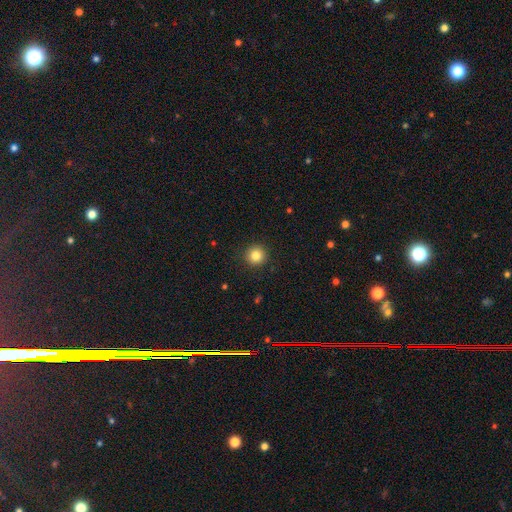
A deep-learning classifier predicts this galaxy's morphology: smooth 84%, star or artifact 11%, featured or disk 6%. Down the decision tree: how rounded — round (95%); merging — none (92%).